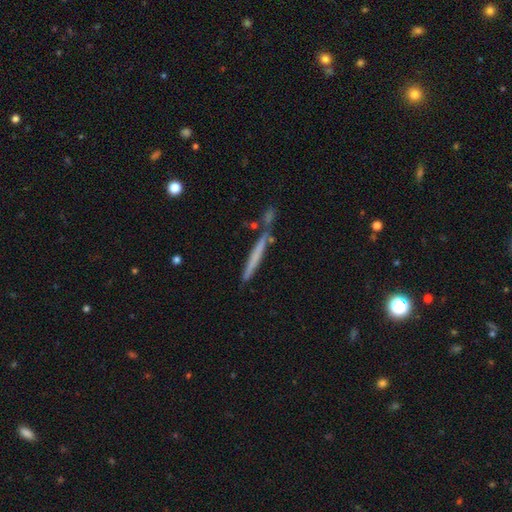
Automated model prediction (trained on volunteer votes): Q: Smooth or featured?
A: smooth (53%); runner-up: featured or disk (40%)
Q: How rounded?
A: cigar-shaped (96%); runner-up: in between (2%)
Q: Merging?
A: none (73%); runner-up: merger (13%)